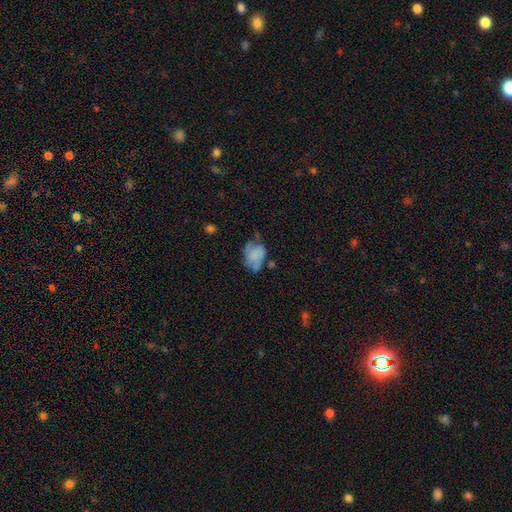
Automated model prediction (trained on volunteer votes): Smooth or featured? smooth (47%)
Merging? none (39%)